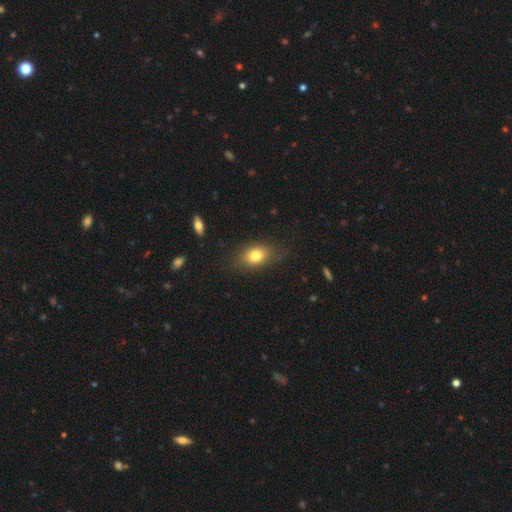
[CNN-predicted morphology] Smooth or featured?
  - smooth: 78% *
  - featured or disk: 13%
  - star or artifact: 10%
How rounded?
  - in between: 76% *
  - round: 21%
  - cigar-shaped: 3%
Merging?
  - none: 76% *
  - minor disturbance: 17%
  - major disturbance: 6%
  - merger: 1%